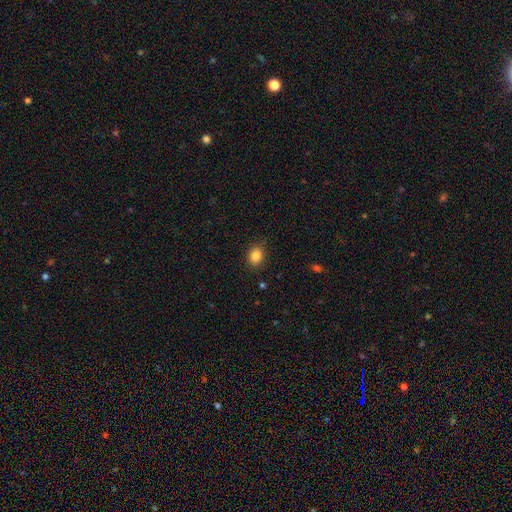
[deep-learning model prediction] smooth 86%, star or artifact 10%, featured or disk 5%. Down the decision tree: how rounded — in between (58%); merging — none (84%).